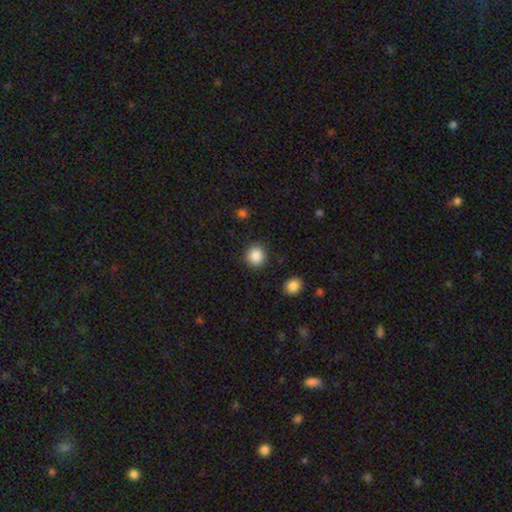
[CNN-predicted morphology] Smooth or featured? Predicted: smooth (p=0.87). How rounded? Predicted: round (p=0.90). Merging? Predicted: none (p=0.89).